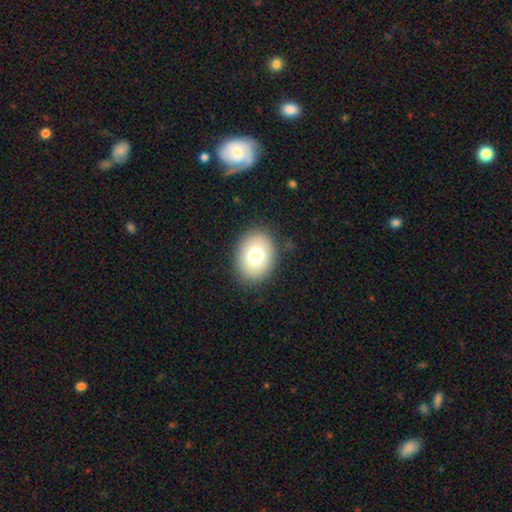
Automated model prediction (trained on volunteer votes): Smooth or featured: smooth — 75% (featured or disk — 15%)
How rounded: in between — 61% (round — 38%)
Merging: none — 88% (minor disturbance — 8%)